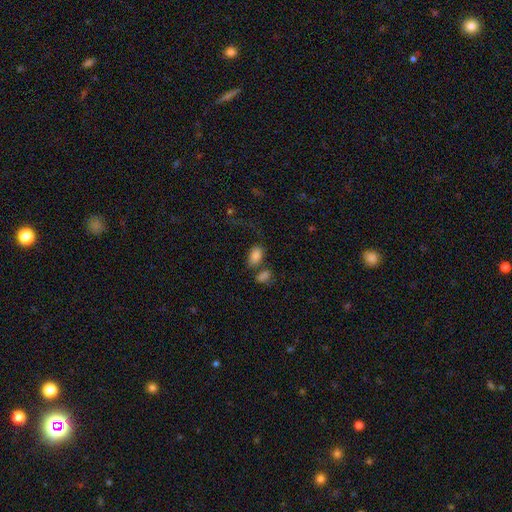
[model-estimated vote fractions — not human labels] A smooth galaxy with no disk features (84%) that is in between round and cigar-shaped (90%). Merging: none (50%).